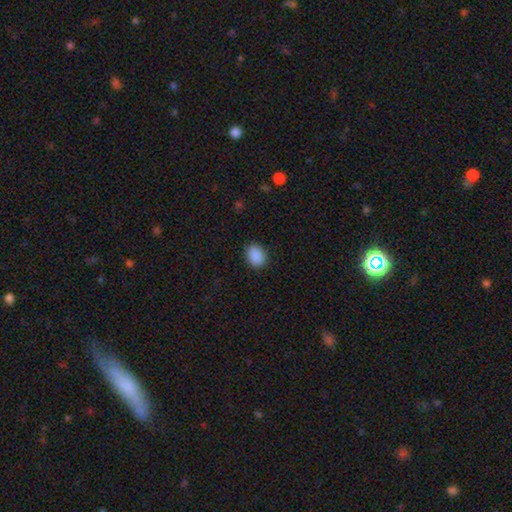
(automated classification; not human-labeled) smooth-or-featured: smooth: 89% | star or artifact: 8% | featured or disk: 3%
  how-rounded: in between: 68% | round: 31% | cigar-shaped: 1%
  merging: none: 87% | minor disturbance: 10% | major disturbance: 2% | merger: 1%